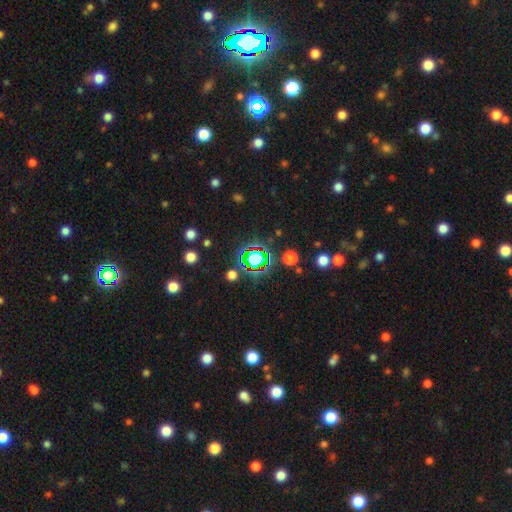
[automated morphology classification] Q: Smooth or featured?
A: star or artifact (68%); runner-up: smooth (22%)